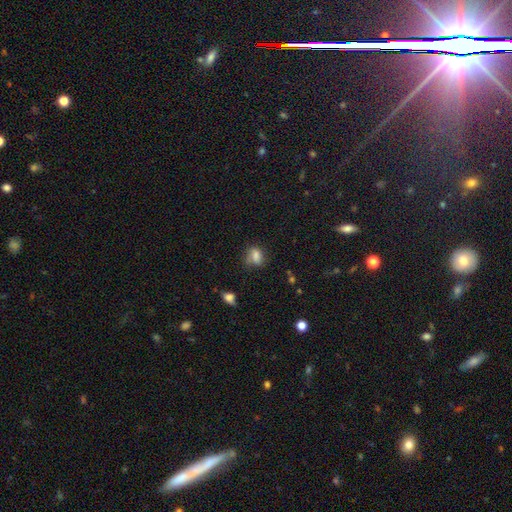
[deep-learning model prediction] smooth 75%, featured or disk 13%, star or artifact 12%. Down the decision tree: how rounded — in between (64%); merging — none (54%).